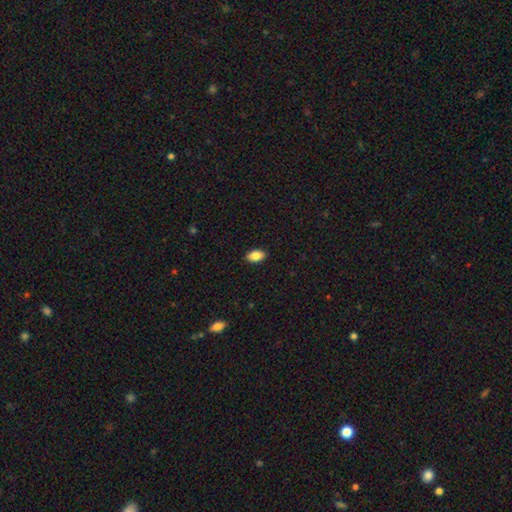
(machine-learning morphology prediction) A smooth galaxy with no disk features (86%) that is in between round and cigar-shaped (92%).

Vote fractions:
- Smooth or featured? smooth: 86% / star or artifact: 8% / featured or disk: 6%
- How rounded? in between: 92% / round: 6% / cigar-shaped: 2%
- Merging? none: 90% / minor disturbance: 8% / major disturbance: 2% / merger: 1%